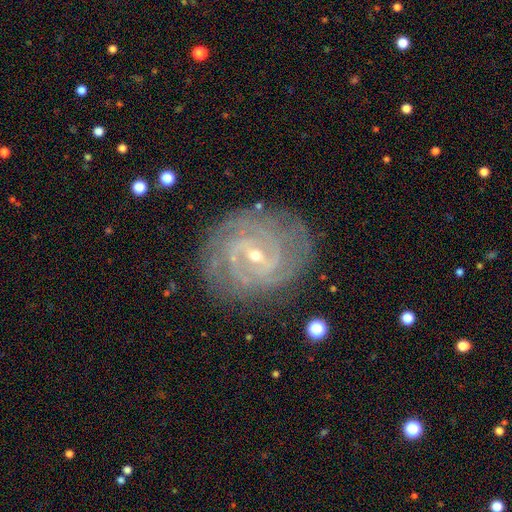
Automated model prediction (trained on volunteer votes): Smooth or featured? featured or disk (90%)
Edge-on disk? no (97%)
Bar? weak (50%)
Spiral arms? yes (97%)
Spiral winding? tight (75%)
Spiral arm count? can't tell (23%)
Bulge size? small (68%)
Merging? none (81%)